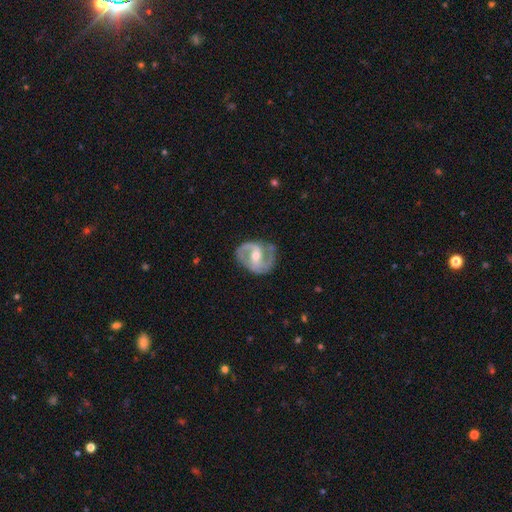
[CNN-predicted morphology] smooth-or-featured: featured or disk: 88% | smooth: 8% | star or artifact: 4%
  disk-edge-on: no: 98% | yes: 2%
    bar: weak: 45% | strong: 33% | no: 21%
    has-spiral-arms: yes: 96% | no: 4%
      spiral-winding: medium: 57% | tight: 24% | loose: 20%
      spiral-arm-count: 2: 89% | can't tell: 4% | 1: 3% | 3: 3% | 4: 1% | more than 4: 1%
    bulge-size: moderate: 59% | small: 36% | large: 3% | none: 1% | dominant: 1%
  merging: none: 73% | minor disturbance: 18% | major disturbance: 7% | merger: 2%